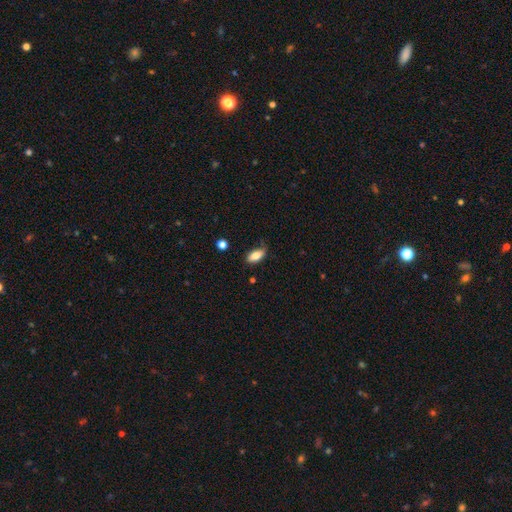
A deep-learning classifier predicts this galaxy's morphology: Smooth or featured?
  - smooth: 82% *
  - featured or disk: 11%
  - star or artifact: 7%
How rounded?
  - in between: 88% *
  - cigar-shaped: 9%
  - round: 3%
Merging?
  - none: 71% *
  - minor disturbance: 23%
  - major disturbance: 4%
  - merger: 2%